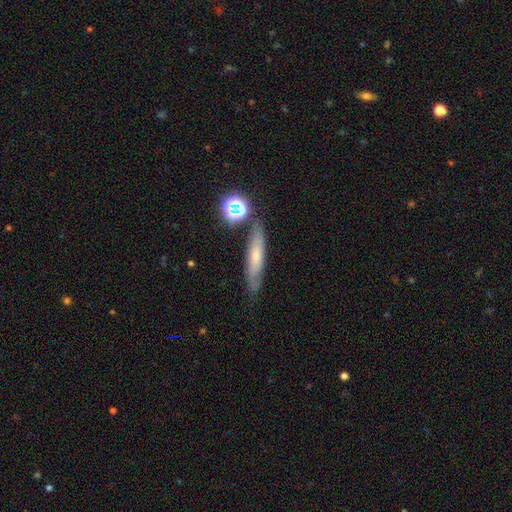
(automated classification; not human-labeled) A smooth galaxy with no disk features (46%). Merging: none (72%).